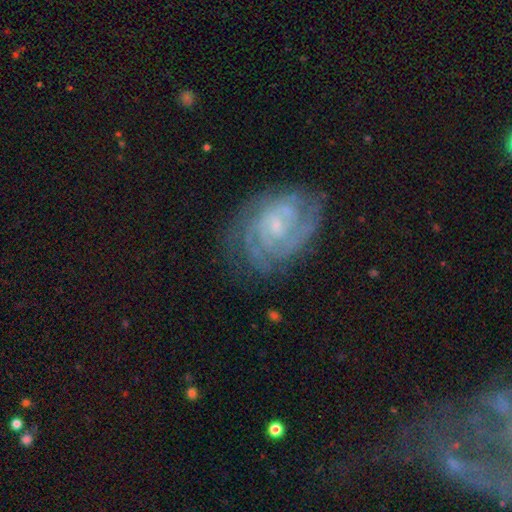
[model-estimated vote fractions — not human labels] smooth-or-featured: featured or disk: 75% | star or artifact: 14% | smooth: 11%
  disk-edge-on: no: 97% | yes: 3%
    bar: no: 61% | weak: 32% | strong: 7%
    has-spiral-arms: yes: 95% | no: 5%
      spiral-winding: tight: 68% | medium: 26% | loose: 6%
      spiral-arm-count: can't tell: 35% | 2: 21% | 3: 19% | 4: 11% | more than 4: 7% | 1: 7%
    bulge-size: small: 65% | moderate: 26% | none: 6% | large: 2% | dominant: 1%
  merging: none: 76% | minor disturbance: 16% | major disturbance: 7% | merger: 2%